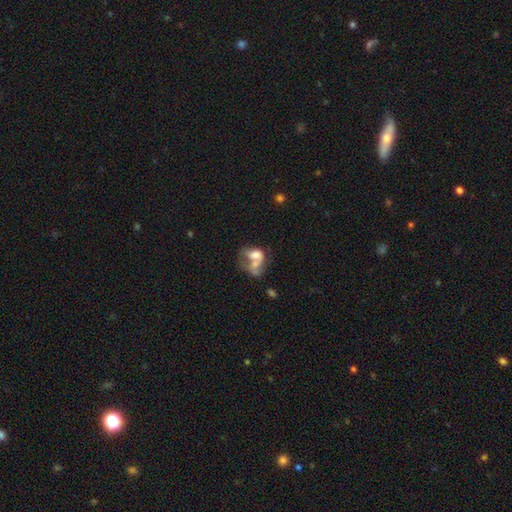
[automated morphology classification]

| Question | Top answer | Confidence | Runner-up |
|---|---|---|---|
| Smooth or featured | smooth | 51% | featured or disk (39%) |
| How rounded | in between | 71% | round (27%) |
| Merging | merger | 61% | major disturbance (19%) |